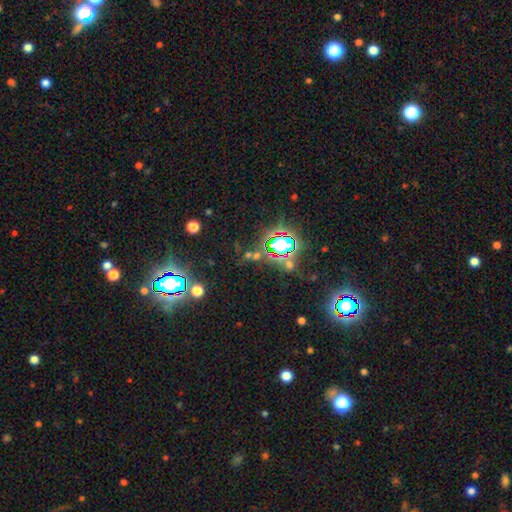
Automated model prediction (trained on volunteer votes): Overall: star or artifact (73%).